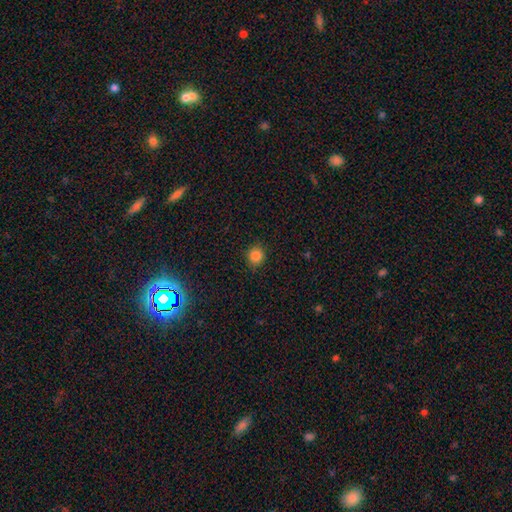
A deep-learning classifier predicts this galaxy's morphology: Overall: smooth (85%). How rounded: round (84%). Merging: none (88%).